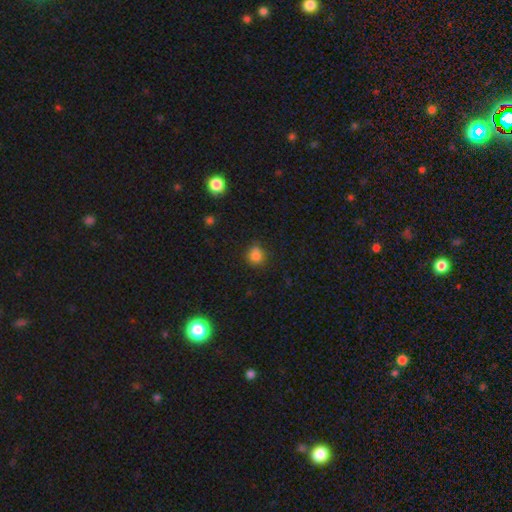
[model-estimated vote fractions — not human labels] The model was most divided on "merging": none: 72%, minor disturbance: 19%, major disturbance: 4%, merger: 4%. More confident: smooth or featured — smooth (82%); how rounded — round (77%).